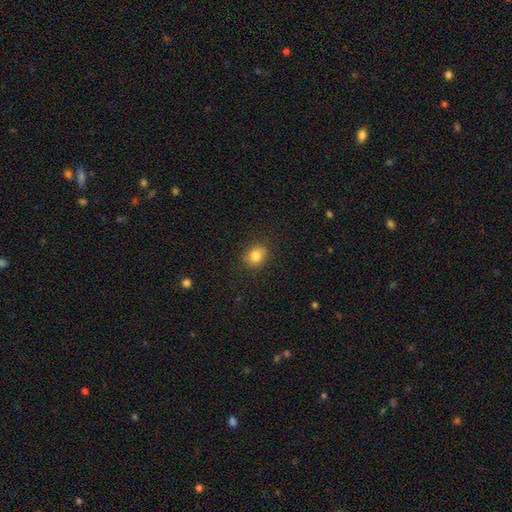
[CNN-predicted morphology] type=smooth (83%); roundness=round (68%); merging=none (84%).